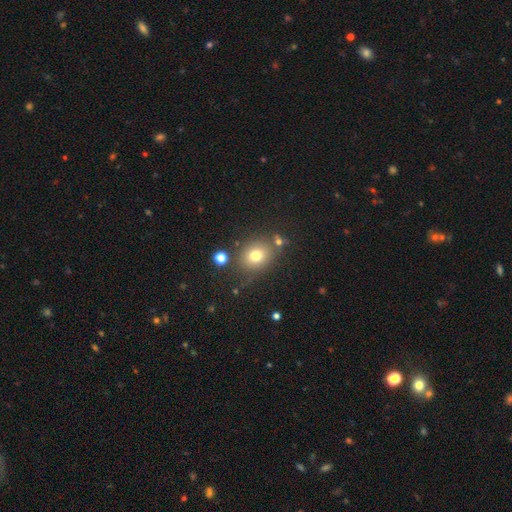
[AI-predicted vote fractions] This appears to be a smooth galaxy with no disk features (74%) that is round (62%). Merging: none (74%).